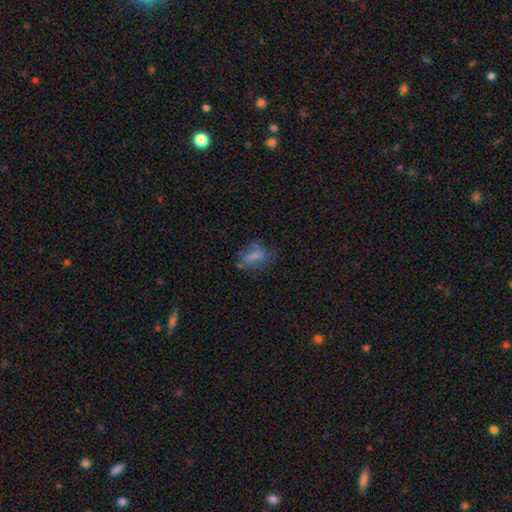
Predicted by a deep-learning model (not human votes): A smooth galaxy with no disk features (56%) that is in between round and cigar-shaped (76%). Merging: none (42%).